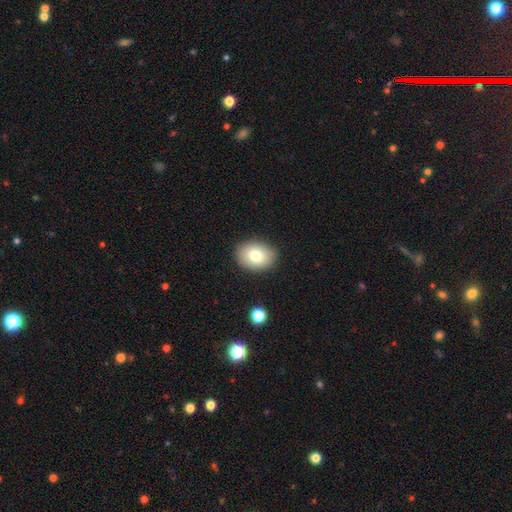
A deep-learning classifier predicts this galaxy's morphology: Smooth or featured? smooth (78%)
How rounded? in between (67%)
Merging? none (87%)